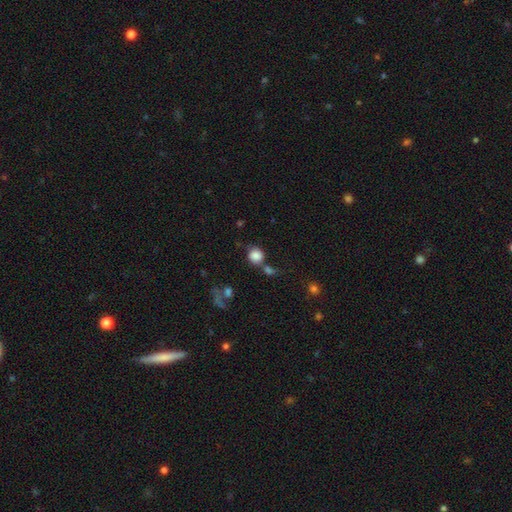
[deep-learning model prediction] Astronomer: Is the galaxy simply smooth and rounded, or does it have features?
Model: smooth — 85%.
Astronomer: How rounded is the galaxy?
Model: round — 86%.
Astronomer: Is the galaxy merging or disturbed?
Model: none — 58%.